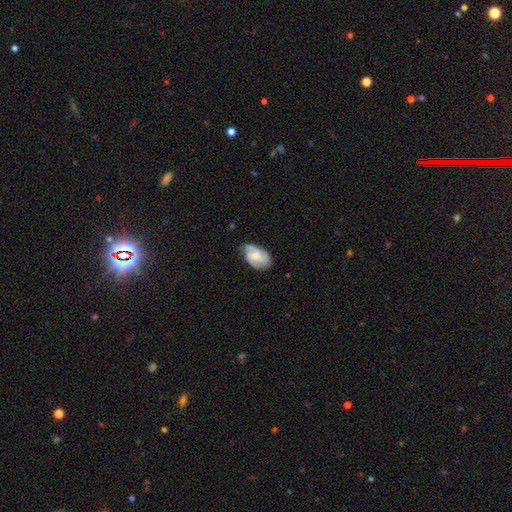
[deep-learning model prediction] The model was most divided on "spiral winding": tight: 45%, medium: 43%, loose: 12%. Remaining: edge-on disk — no (97%); spiral arms — yes (96%); smooth or featured — featured or disk (72%); merging — none (66%); bar — no (63%); spiral arm count — 3 (45%); bulge size — small (45%).